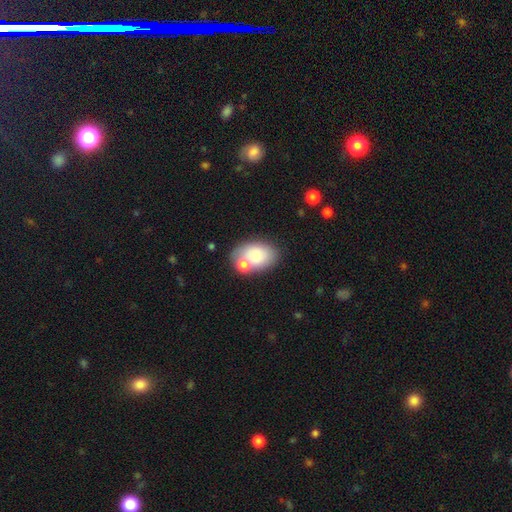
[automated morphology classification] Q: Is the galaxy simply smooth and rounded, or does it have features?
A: smooth — 73%.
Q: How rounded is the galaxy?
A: in between — 84%.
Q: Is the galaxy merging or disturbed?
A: none — 49%.